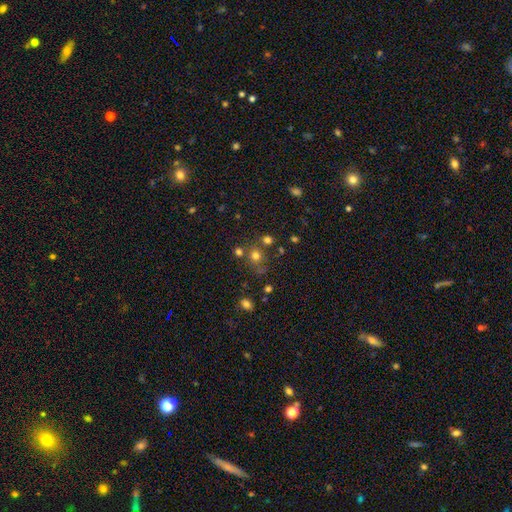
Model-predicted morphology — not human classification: This appears to be a smooth galaxy with no disk features (69%) that is round (86%). Merging: none (67%).